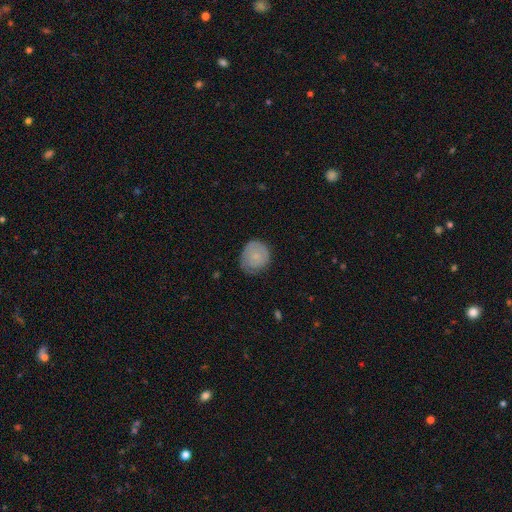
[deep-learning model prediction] A smooth galaxy with no disk features (65%) that is round (80%).

Vote fractions:
- Smooth or featured? smooth: 65% / featured or disk: 28% / star or artifact: 7%
- How rounded? round: 80% / in between: 19% / cigar-shaped: 1%
- Merging? none: 66% / minor disturbance: 26% / major disturbance: 7% / merger: 1%